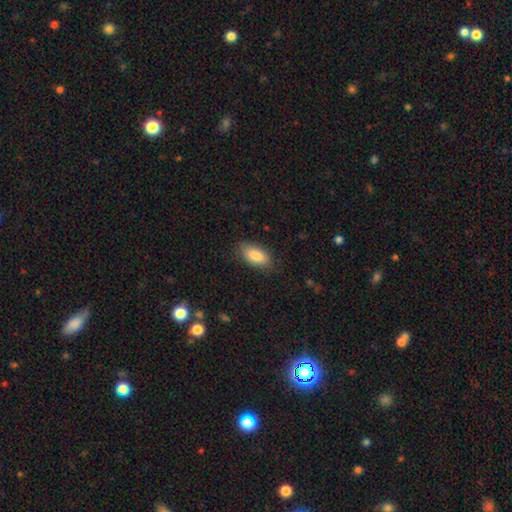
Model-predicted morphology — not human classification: This appears to be a smooth galaxy with no disk features (84%) that is in between round and cigar-shaped (91%). Merging: none (82%).